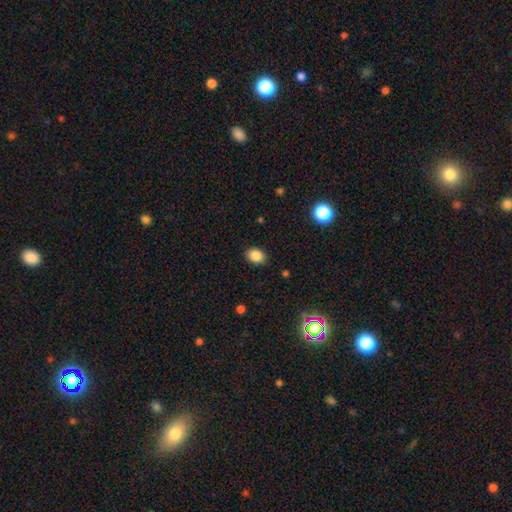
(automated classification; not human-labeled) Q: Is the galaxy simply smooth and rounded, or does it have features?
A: smooth — 86%.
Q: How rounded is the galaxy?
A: in between — 64%.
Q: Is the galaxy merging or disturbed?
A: none — 88%.